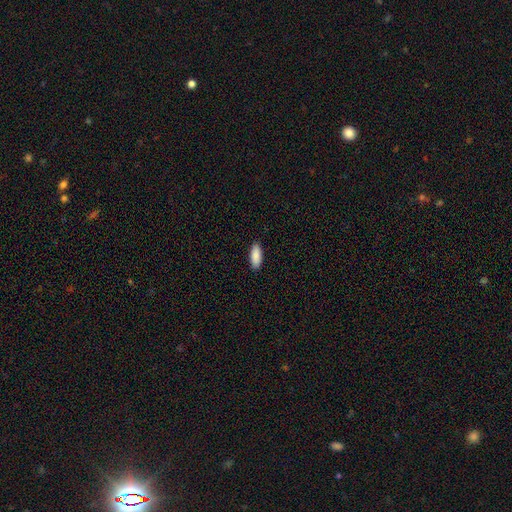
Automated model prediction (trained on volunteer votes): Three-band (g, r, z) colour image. It shows a smooth galaxy with no disk features (89%) that is in between round and cigar-shaped (77%). Merging: none (89%).